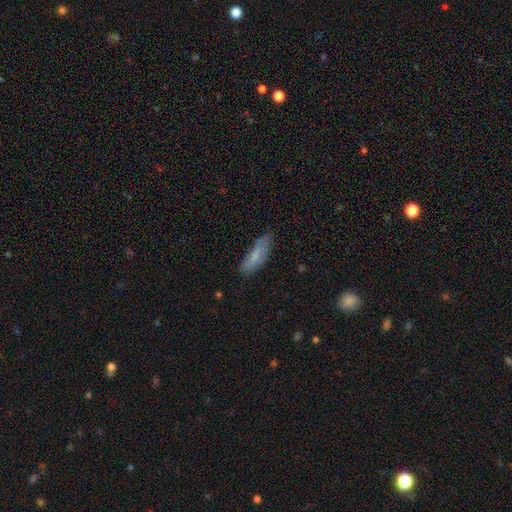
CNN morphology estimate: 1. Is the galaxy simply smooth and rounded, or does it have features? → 74% smooth, 19% featured or disk, 7% star or artifact.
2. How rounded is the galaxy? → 50% in between, 48% cigar-shaped, 2% round.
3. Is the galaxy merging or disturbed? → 70% none, 23% minor disturbance, 5% major disturbance, 2% merger.